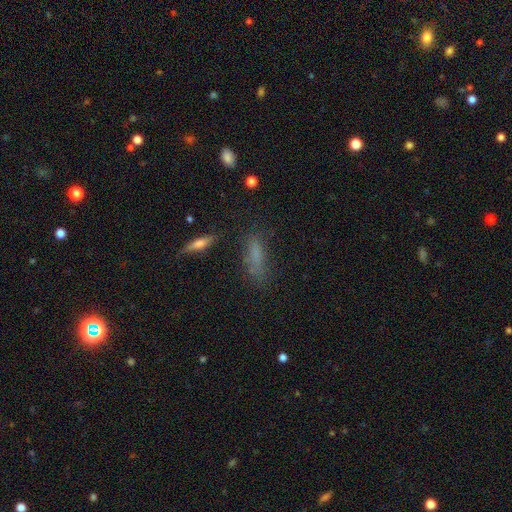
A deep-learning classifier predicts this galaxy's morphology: A smooth galaxy with no disk features (67%) that is cigar-shaped (52%). Merging: none (62%).